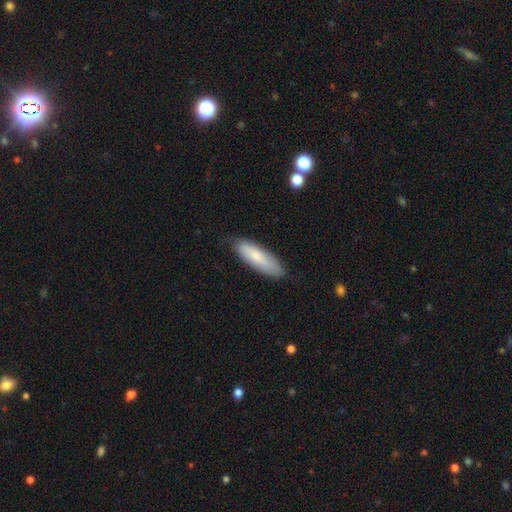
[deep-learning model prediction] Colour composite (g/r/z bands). It shows a smooth galaxy with no disk features (73%) that is cigar-shaped (53%). Merging: none (81%).